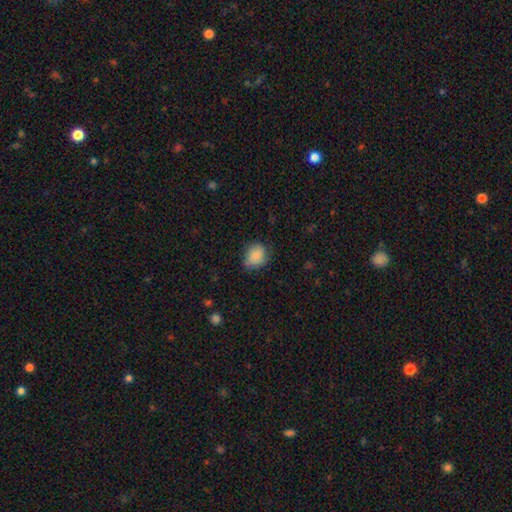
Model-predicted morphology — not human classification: Smooth or featured: smooth — 85% (star or artifact — 8%)
How rounded: round — 58% (in between — 41%)
Merging: none — 70% (minor disturbance — 24%)